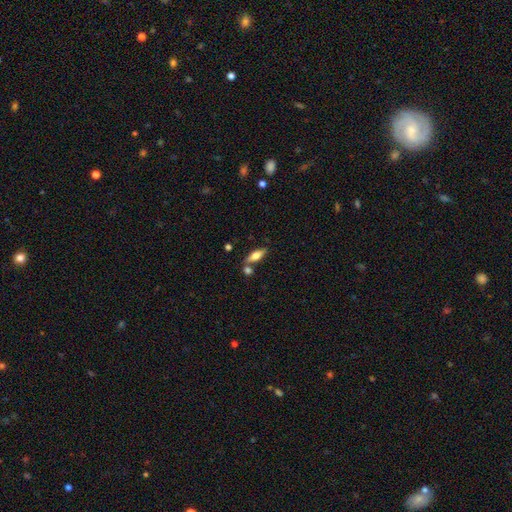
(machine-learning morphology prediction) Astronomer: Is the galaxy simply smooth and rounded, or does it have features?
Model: smooth — 56% (runner-up: featured or disk, 37%).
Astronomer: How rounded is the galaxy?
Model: in between — 59% (runner-up: cigar-shaped, 37%).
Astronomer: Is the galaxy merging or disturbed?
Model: none — 72%.